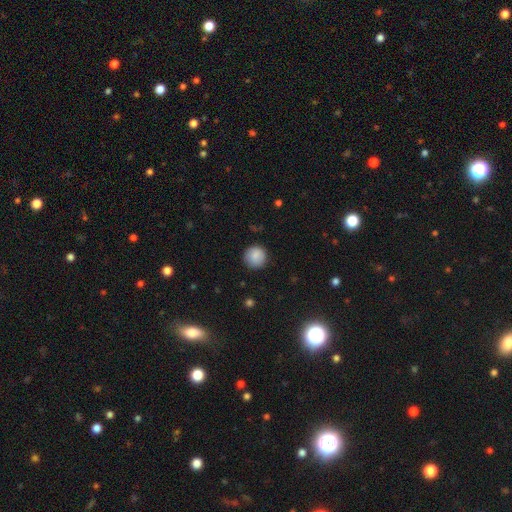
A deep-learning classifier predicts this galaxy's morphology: This is clearly a smooth galaxy (86%). How rounded: clearly round (93%). Merging: clearly none (86%).